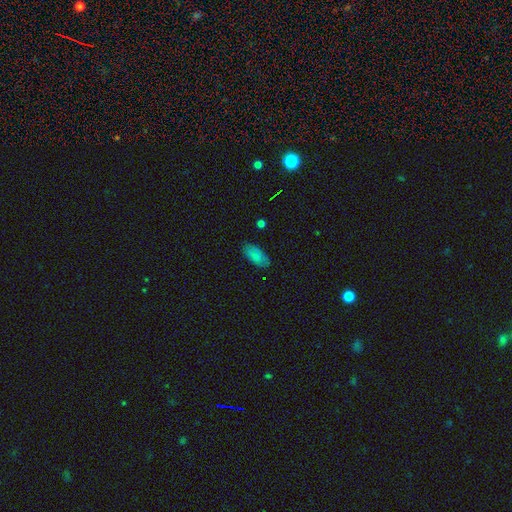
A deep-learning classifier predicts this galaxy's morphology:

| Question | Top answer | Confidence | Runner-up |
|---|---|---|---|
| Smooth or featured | smooth | 83% | featured or disk (9%) |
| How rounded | in between | 91% | cigar-shaped (7%) |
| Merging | none | 84% | minor disturbance (12%) |